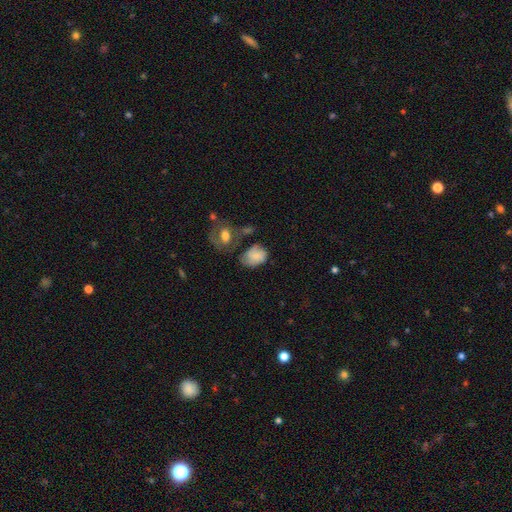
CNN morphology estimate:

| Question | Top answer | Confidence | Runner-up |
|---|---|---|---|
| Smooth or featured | smooth | 69% | featured or disk (22%) |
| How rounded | in between | 69% | round (30%) |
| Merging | none | 38% | minor disturbance (31%) |